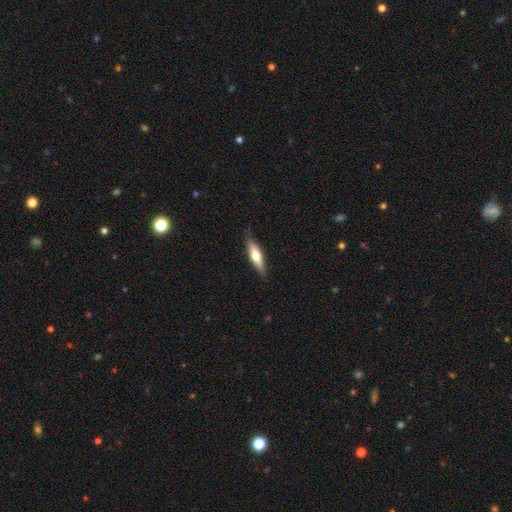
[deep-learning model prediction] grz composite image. It shows a smooth galaxy with no disk features (55%) that is cigar-shaped (69%). Merging: none (85%).